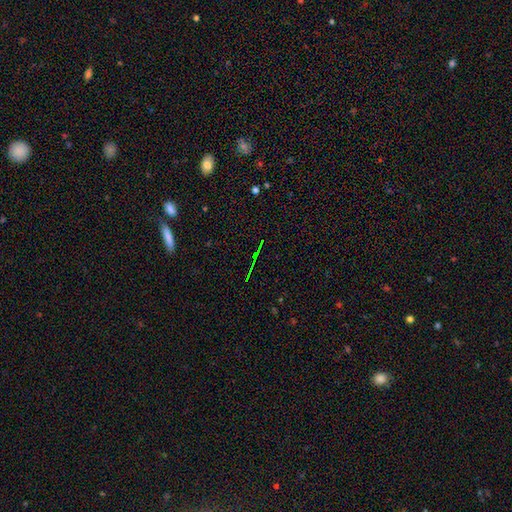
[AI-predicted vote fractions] Q: Smooth or featured?
A: star or artifact (73%); runner-up: featured or disk (15%)